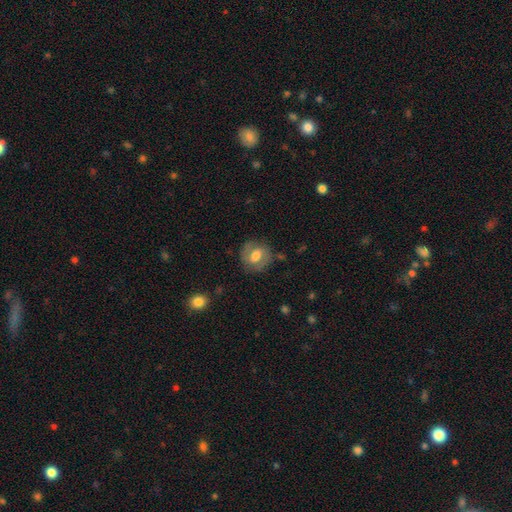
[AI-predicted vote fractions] The model was most divided on "smooth or featured": smooth: 56%, featured or disk: 37%, star or artifact: 8%. More confident: merging — none (74%); how rounded — round (67%).